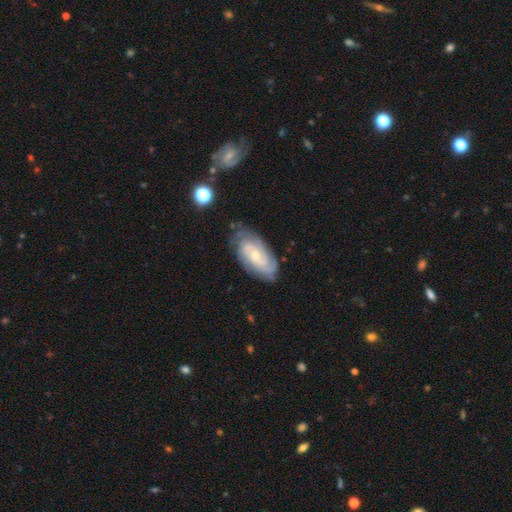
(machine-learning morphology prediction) Overall: featured or disk (83%). Edge-on disk: no (95%). Bar: no (64%; weak 29%). Spiral arms: yes (96%). Spiral arm count: can't tell (28%, tied with 2). Spiral winding: tight (65%; medium 29%). Bulge size: small (60%; moderate 36%). Merging: none (74%).